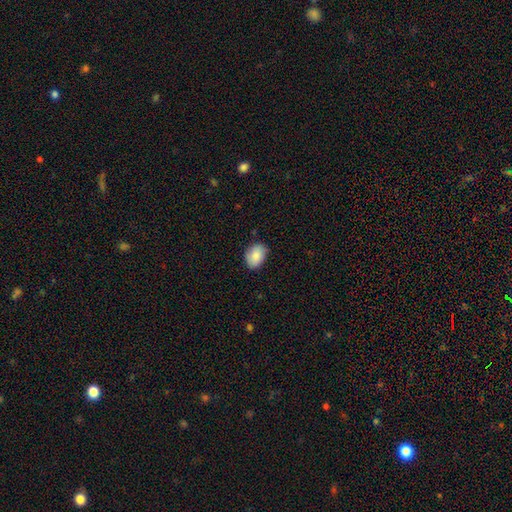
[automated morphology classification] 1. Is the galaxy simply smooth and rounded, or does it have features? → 85% smooth, 8% featured or disk, 7% star or artifact.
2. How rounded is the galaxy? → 73% in between, 26% round, 1% cigar-shaped.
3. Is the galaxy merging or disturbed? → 79% none, 17% minor disturbance, 3% major disturbance, 1% merger.